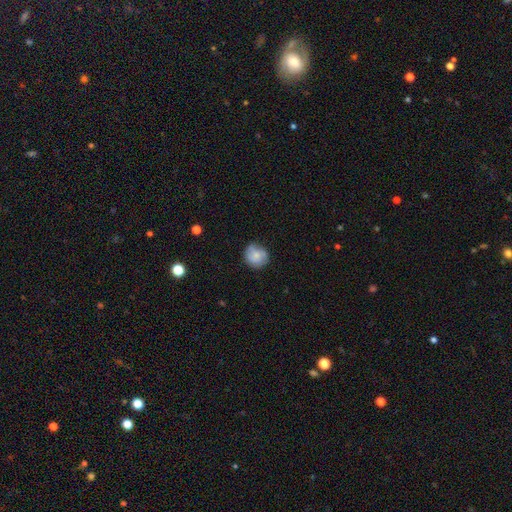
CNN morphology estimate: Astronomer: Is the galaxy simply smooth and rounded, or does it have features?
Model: smooth — 66%.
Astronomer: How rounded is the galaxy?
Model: round — 85%.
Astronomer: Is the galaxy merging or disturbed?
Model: none — 70%.